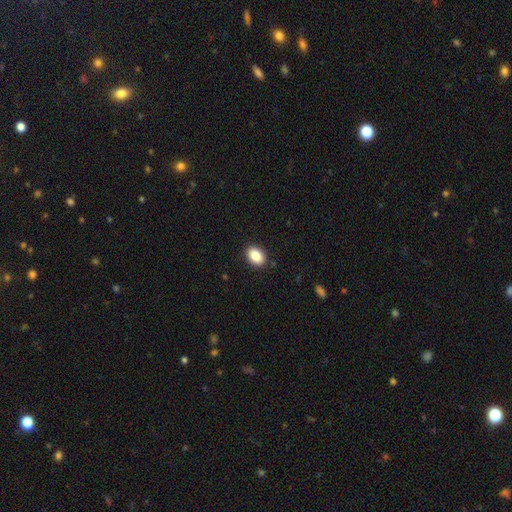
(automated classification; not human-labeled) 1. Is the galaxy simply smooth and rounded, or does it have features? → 87% smooth, 8% star or artifact, 5% featured or disk.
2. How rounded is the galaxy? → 84% in between, 15% round, 1% cigar-shaped.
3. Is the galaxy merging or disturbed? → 89% none, 8% minor disturbance, 2% major disturbance, 1% merger.